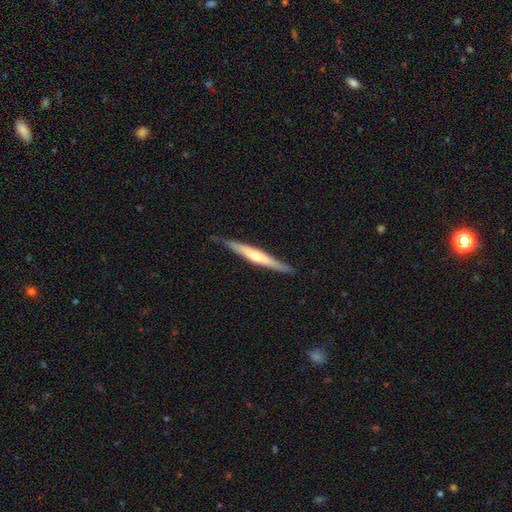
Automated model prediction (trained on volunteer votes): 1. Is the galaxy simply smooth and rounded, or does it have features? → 55% featured or disk, 40% smooth, 5% star or artifact.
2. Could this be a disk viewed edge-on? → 95% yes, 5% no.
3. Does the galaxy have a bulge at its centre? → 57% rounded, 33% none, 10% boxy.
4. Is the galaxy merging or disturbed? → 83% none, 14% minor disturbance, 2% major disturbance, 1% merger.